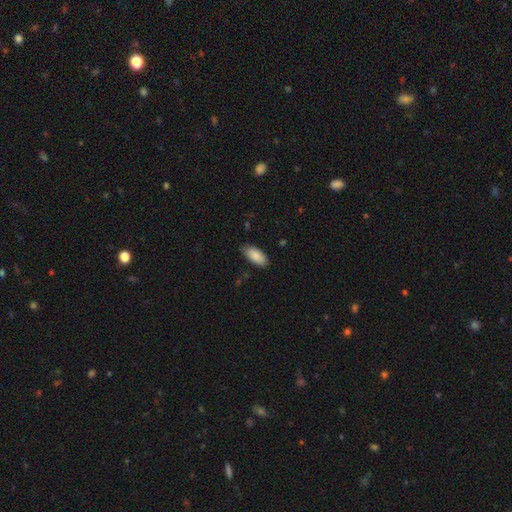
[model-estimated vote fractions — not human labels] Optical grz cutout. It shows a smooth galaxy with no disk features (88%) that is in between round and cigar-shaped (91%). Merging: none (83%).